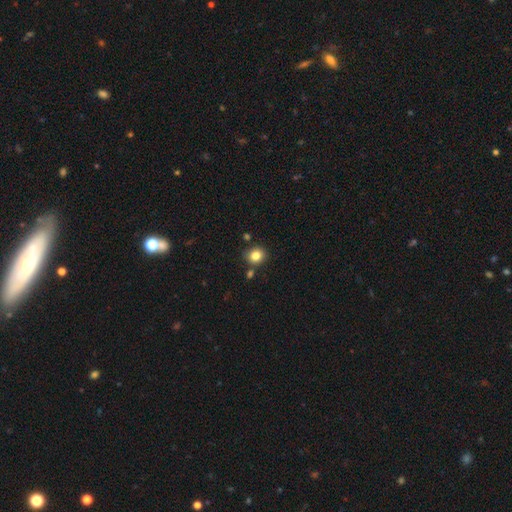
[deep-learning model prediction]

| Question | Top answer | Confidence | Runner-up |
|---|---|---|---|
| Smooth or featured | smooth | 82% | star or artifact (11%) |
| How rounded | round | 73% | in between (26%) |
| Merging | none | 80% | minor disturbance (10%) |